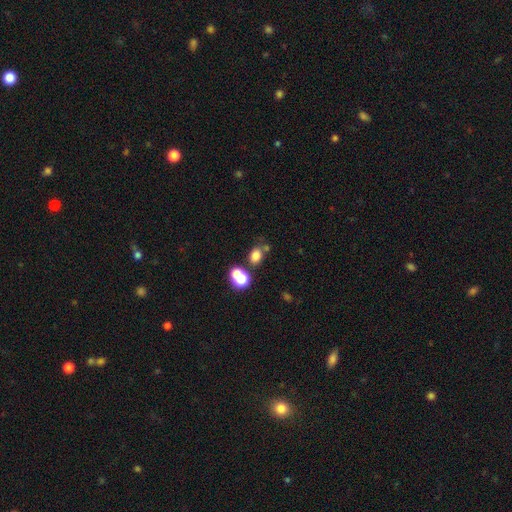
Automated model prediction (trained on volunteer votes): Smooth or featured?
  - smooth: 75% *
  - star or artifact: 16%
  - featured or disk: 9%
How rounded?
  - round: 49% * (tied)
  - in between: 49% * (tied)
  - cigar-shaped: 1%
Merging?
  - none: 54% *
  - merger: 30%
  - minor disturbance: 11%
  - major disturbance: 6%